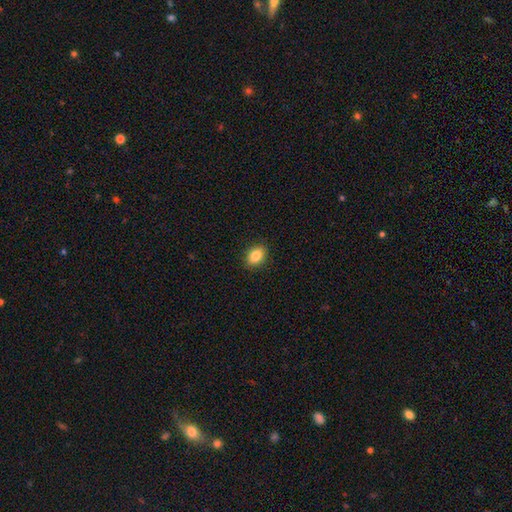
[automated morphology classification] The model was most divided on "how rounded": in between: 75%, round: 24%, cigar-shaped: 1%. More confident: merging — none (90%); smooth or featured — smooth (85%).